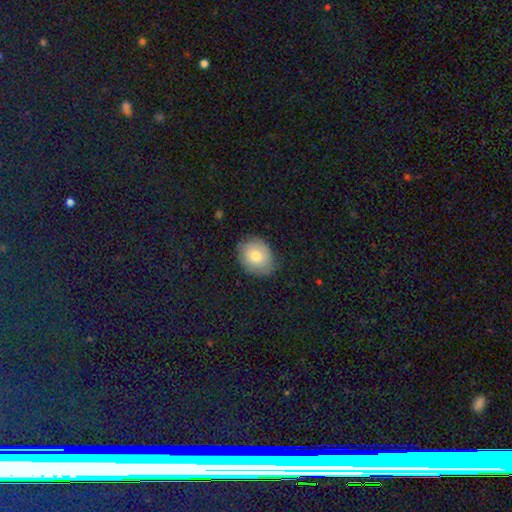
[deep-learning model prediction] Morphology: type=smooth (72%); roundness=round (51%); merging=none (74%).